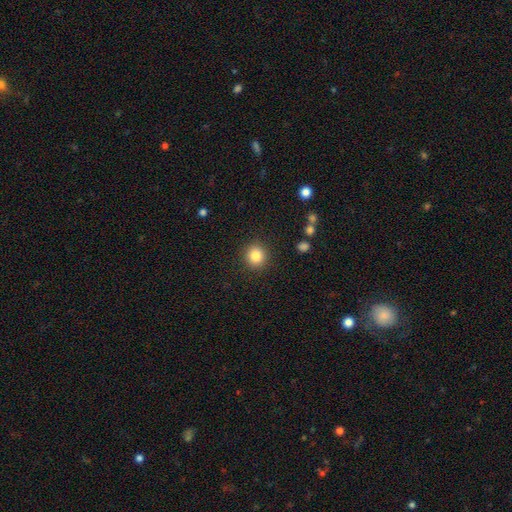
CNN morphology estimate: This is clearly a smooth galaxy (84%). How rounded: clearly round (90%). Merging: clearly none (91%).